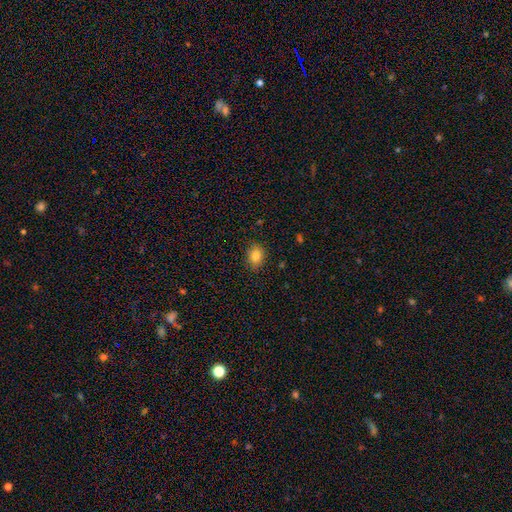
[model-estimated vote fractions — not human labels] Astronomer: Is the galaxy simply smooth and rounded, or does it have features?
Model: smooth — 85%.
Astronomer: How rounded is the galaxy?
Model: in between — 64%.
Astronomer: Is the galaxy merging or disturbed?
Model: none — 84%.